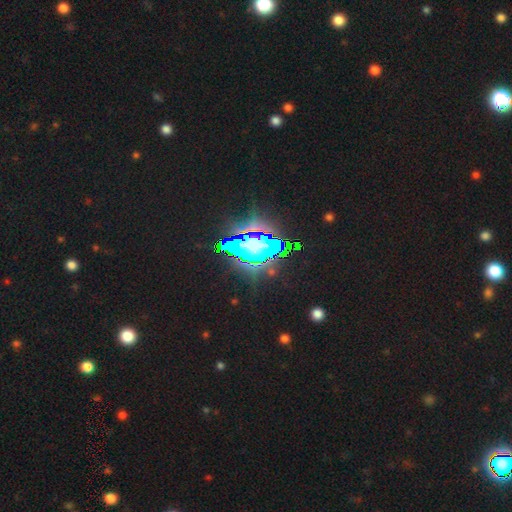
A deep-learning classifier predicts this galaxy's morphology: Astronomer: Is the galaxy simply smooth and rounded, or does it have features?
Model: star or artifact — 61%.